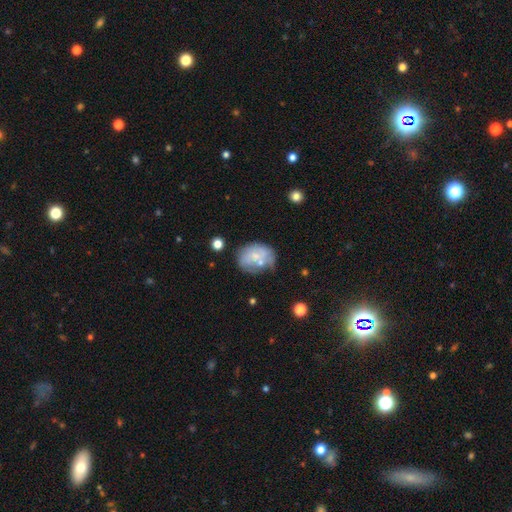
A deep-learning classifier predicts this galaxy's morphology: type=smooth (46%); merging=none (45%).